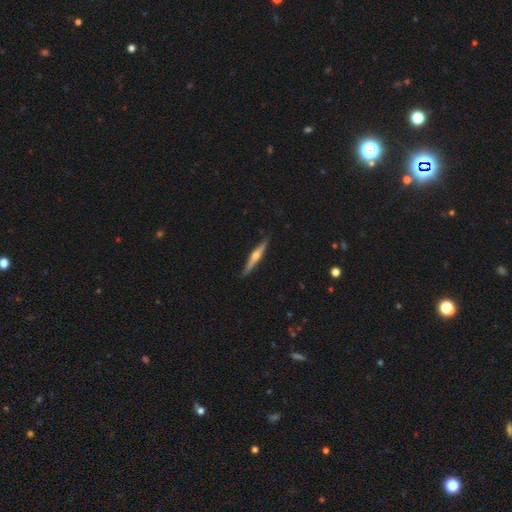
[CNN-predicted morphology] Smooth or featured?
  - featured or disk: 69% *
  - smooth: 26%
  - star or artifact: 5%
Edge-on disk?
  - yes: 98% *
  - no: 2%
Edge-on bulge?
  - rounded: 91% *
  - none: 5%
  - boxy: 3%
Merging?
  - none: 90% *
  - minor disturbance: 8%
  - major disturbance: 1%
  - merger: 1%